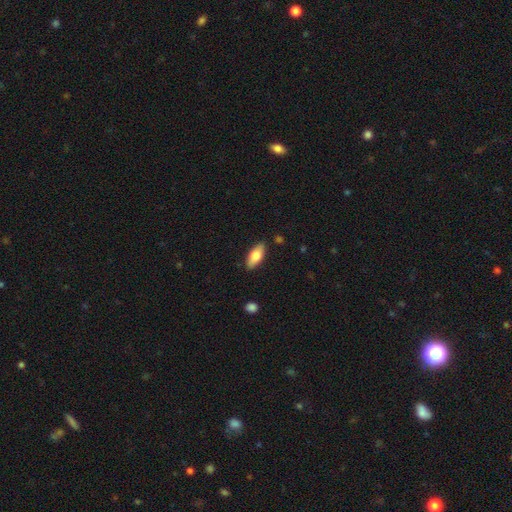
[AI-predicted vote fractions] Smooth or featured?
  - smooth: 75% *
  - featured or disk: 19%
  - star or artifact: 6%
How rounded?
  - in between: 82% *
  - cigar-shaped: 15%
  - round: 2%
Merging?
  - none: 86% *
  - minor disturbance: 11%
  - major disturbance: 2%
  - merger: 1%